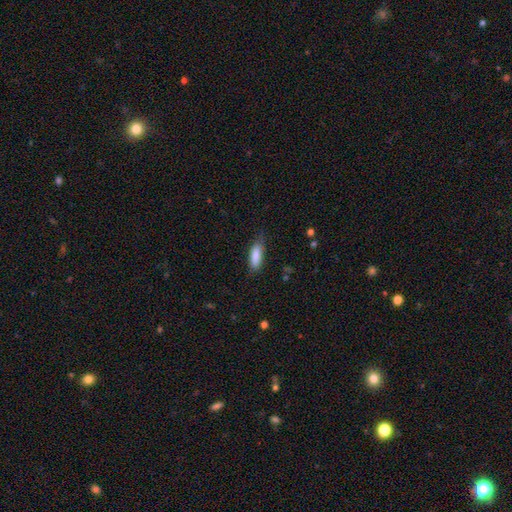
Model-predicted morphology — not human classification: type=smooth (85%); roundness=in between (64%); merging=none (68%).